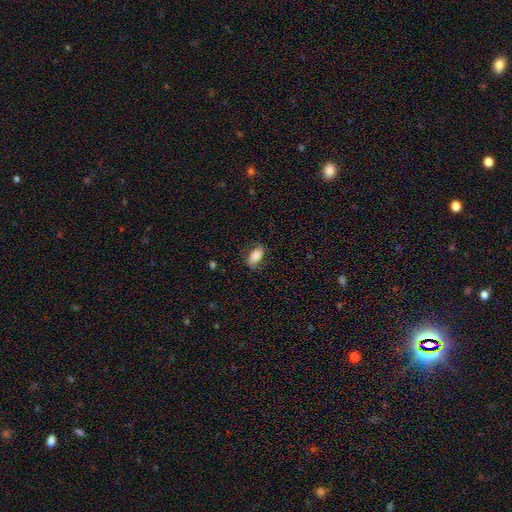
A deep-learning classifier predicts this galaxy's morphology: This is likely a smooth galaxy (76%). How rounded: clearly in between (89%). Merging: likely none (77%).